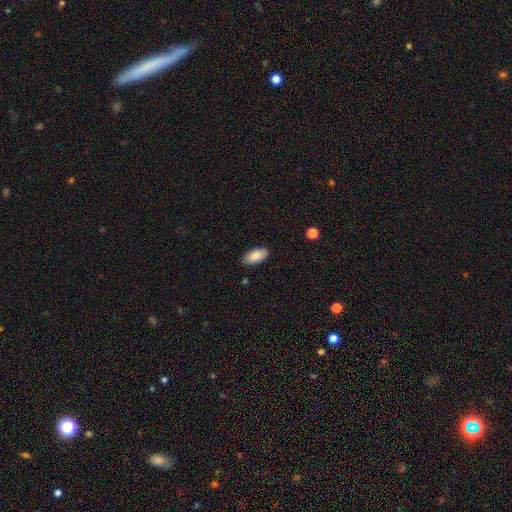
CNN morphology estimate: This appears to be a smooth galaxy with no disk features (88%) that is in between round and cigar-shaped (93%). Merging: none (86%).